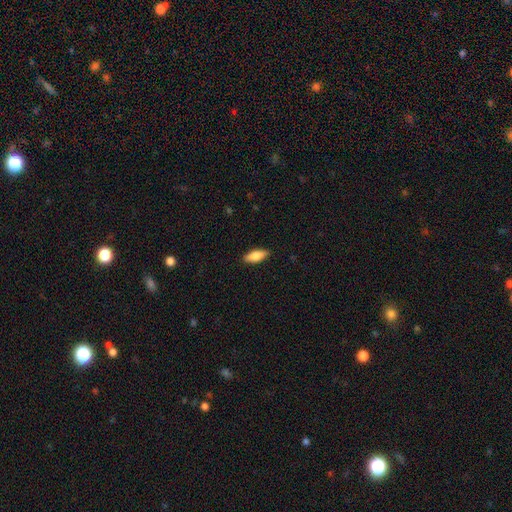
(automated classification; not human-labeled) Smooth or featured?
  - smooth: 81% *
  - featured or disk: 13%
  - star or artifact: 6%
How rounded?
  - in between: 76% *
  - cigar-shaped: 22%
  - round: 2%
Merging?
  - none: 89% *
  - minor disturbance: 8%
  - major disturbance: 2%
  - merger: 1%